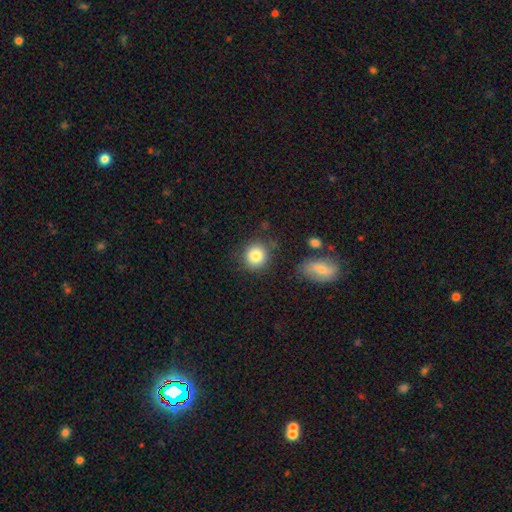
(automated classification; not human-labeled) Morphology: type=smooth (84%); roundness=round (87%); merging=none (81%).